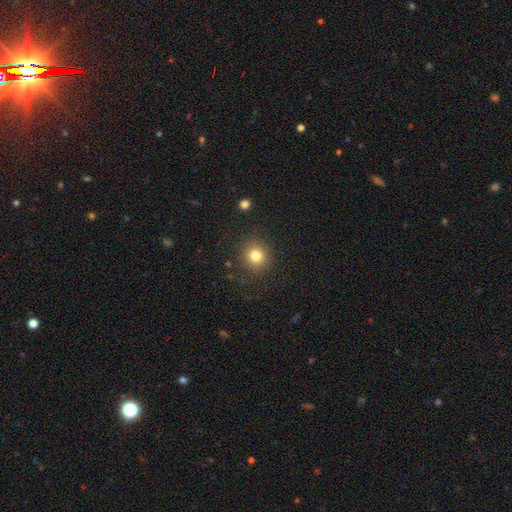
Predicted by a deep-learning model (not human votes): smooth-or-featured: smooth: 80% | star or artifact: 13% | featured or disk: 7%
  how-rounded: round: 89% | in between: 10% | cigar-shaped: 1%
  merging: none: 88% | minor disturbance: 7% | major disturbance: 3% | merger: 1%